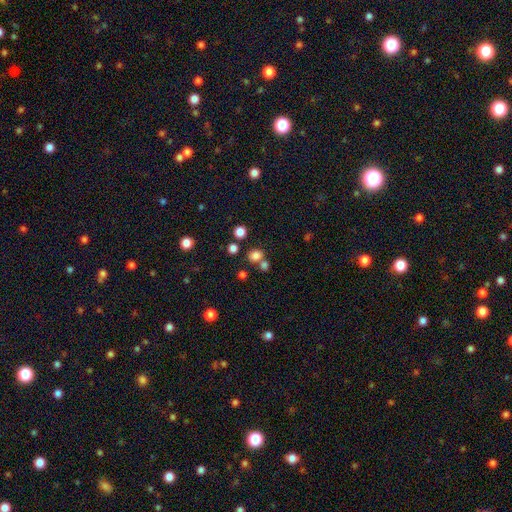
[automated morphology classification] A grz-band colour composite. It shows a smooth galaxy with no disk features (78%) that is round (70%). Merging: none (63%).